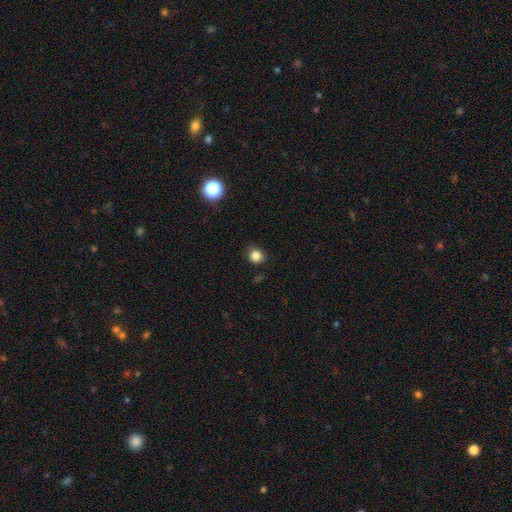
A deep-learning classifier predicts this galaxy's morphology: Q: Smooth or featured?
A: smooth (83%); runner-up: star or artifact (12%)
Q: How rounded?
A: round (78%); runner-up: in between (21%)
Q: Merging?
A: none (83%); runner-up: minor disturbance (13%)